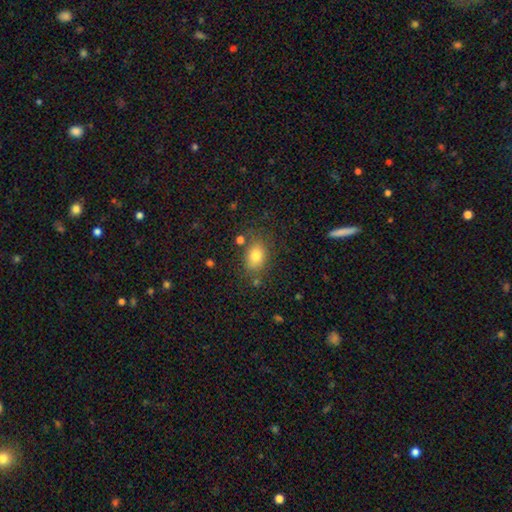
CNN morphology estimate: type=smooth (80%); roundness=in between (75%); merging=none (72%).